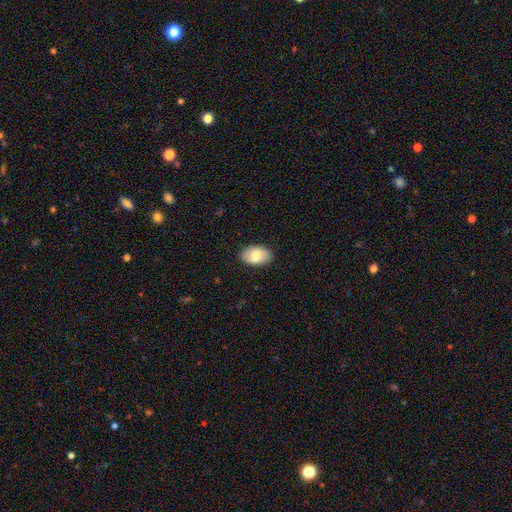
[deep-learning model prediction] Smooth or featured? Predicted: smooth (p=0.79). How rounded? Predicted: in between (p=0.92). Merging? Predicted: none (p=0.88).